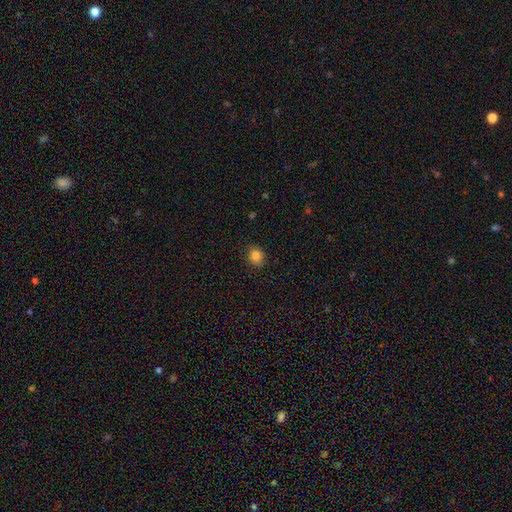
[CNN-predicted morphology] Smooth or featured: smooth — 84% (star or artifact — 11%)
How rounded: round — 70% (in between — 29%)
Merging: none — 87% (minor disturbance — 9%)